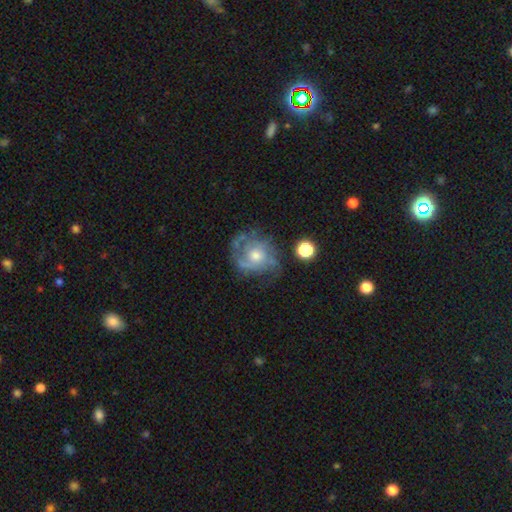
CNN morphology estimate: Q: Smooth or featured?
A: featured or disk (71%); runner-up: smooth (20%)
Q: Edge-on disk?
A: no (97%); runner-up: yes (3%)
Q: Bar?
A: no (80%); runner-up: weak (17%)
Q: Spiral arms?
A: yes (84%); runner-up: no (16%)
Q: Spiral winding?
A: tight (43%); runner-up: medium (39%)
Q: Spiral arm count?
A: can't tell (34%); runner-up: 2 (29%)
Q: Bulge size?
A: moderate (62%); runner-up: small (27%)
Q: Merging?
A: none (57%); runner-up: minor disturbance (23%)